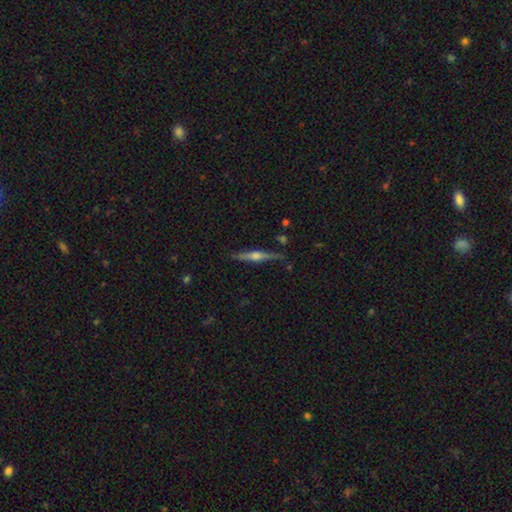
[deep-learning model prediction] Q: Smooth or featured?
A: featured or disk (78%); runner-up: smooth (16%)
Q: Edge-on disk?
A: yes (98%); runner-up: no (2%)
Q: Edge-on bulge?
A: rounded (88%); runner-up: boxy (8%)
Q: Merging?
A: none (87%); runner-up: minor disturbance (9%)